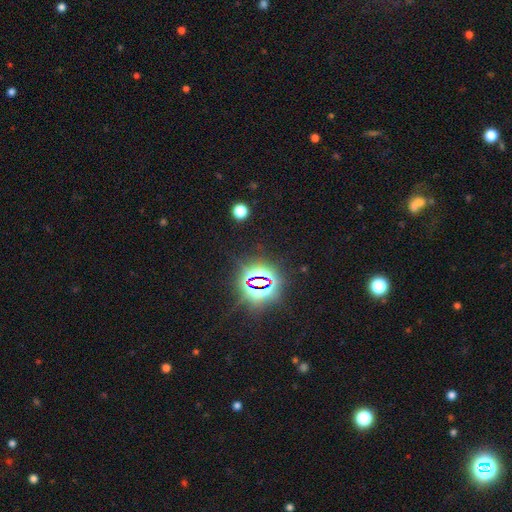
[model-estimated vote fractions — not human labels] This is clearly a star or artifact rather than a galaxy (85%).